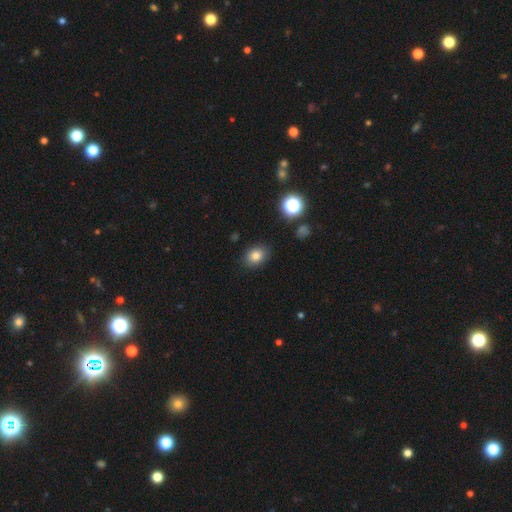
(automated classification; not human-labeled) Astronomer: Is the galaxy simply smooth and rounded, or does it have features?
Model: smooth — 80%.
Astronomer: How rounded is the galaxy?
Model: in between — 61% (runner-up: round, 38%).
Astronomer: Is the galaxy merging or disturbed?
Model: none — 86%.